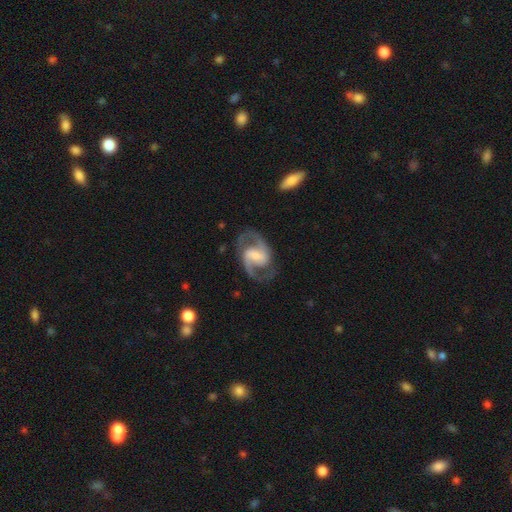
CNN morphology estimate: smooth_or_featured: featured or disk (p=0.90) [alt: smooth p=0.06]
disk_edge_on: no (p=0.98) [alt: yes p=0.02]
bar: weak (p=0.47) [alt: strong p=0.34]
has_spiral_arms: yes (p=0.97) [alt: no p=0.03]
spiral_winding: medium (p=0.62) [alt: loose p=0.23]
spiral_arm_count: 2 (p=0.93) [alt: can't tell p=0.02]
bulge_size: small (p=0.46) [alt: moderate p=0.37]
merging: none (p=0.79) [alt: minor disturbance p=0.13]